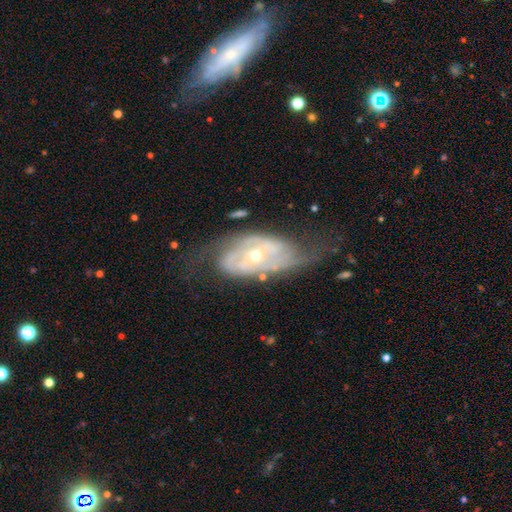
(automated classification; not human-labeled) smooth_or_featured: featured or disk (p=0.83) [alt: smooth p=0.11]
disk_edge_on: no (p=0.93) [alt: yes p=0.07]
bar: no (p=0.64) [alt: weak p=0.25]
has_spiral_arms: yes (p=0.86) [alt: no p=0.14]
spiral_winding: tight (p=0.50) [alt: medium p=0.35]
spiral_arm_count: 2 (p=0.54) [alt: can't tell p=0.28]
bulge_size: small (p=0.58) [alt: moderate p=0.39]
merging: none (p=0.56) [alt: minor disturbance p=0.23]